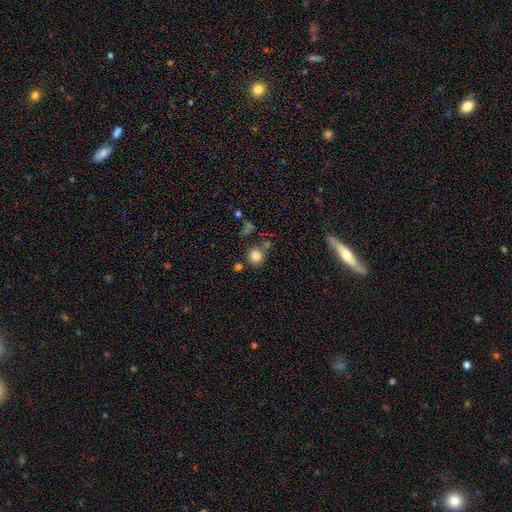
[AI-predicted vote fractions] Smooth or featured? Predicted: smooth (p=0.82). How rounded? Predicted: round (p=0.84). Merging? Predicted: none (p=0.75).